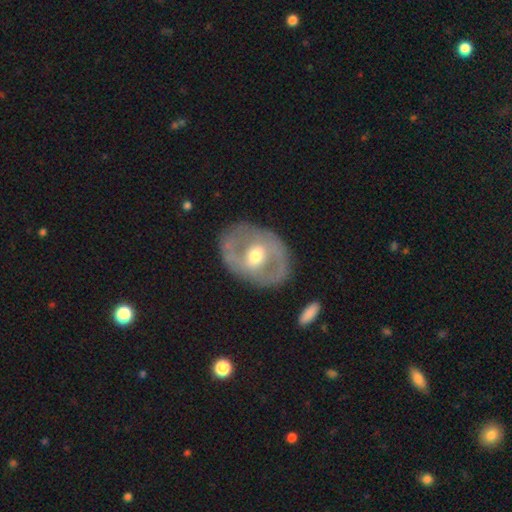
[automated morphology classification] Smooth or featured? Predicted: featured or disk (p=0.69). Edge-on disk? Predicted: no (p=0.93). Bar? Predicted: weak (p=0.39). Spiral arms? Predicted: no (p=0.63). Bulge size? Predicted: moderate (p=0.70). Merging? Predicted: none (p=0.80).